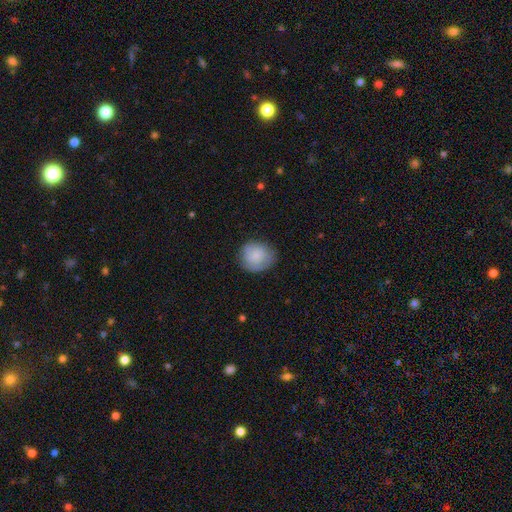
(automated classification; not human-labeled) smooth-or-featured: smooth: 68% | featured or disk: 25% | star or artifact: 7%
  how-rounded: round: 81% | in between: 18% | cigar-shaped: 1%
  merging: none: 77% | minor disturbance: 17% | major disturbance: 5% | merger: 1%